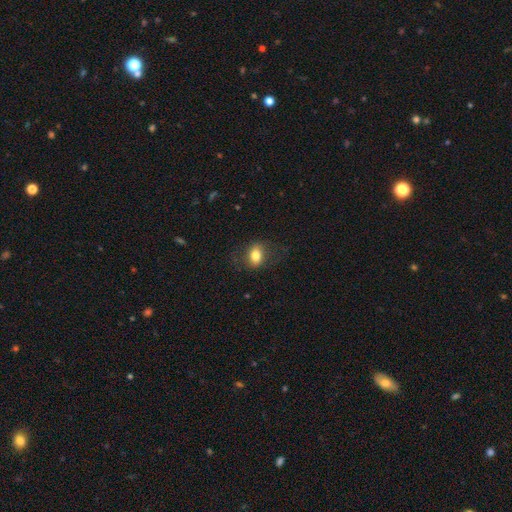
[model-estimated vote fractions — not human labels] smooth_or_featured: smooth (p=0.78) [alt: featured or disk p=0.13]
how_rounded: in between (p=0.64) [alt: round p=0.34]
merging: none (p=0.75) [alt: minor disturbance p=0.16]